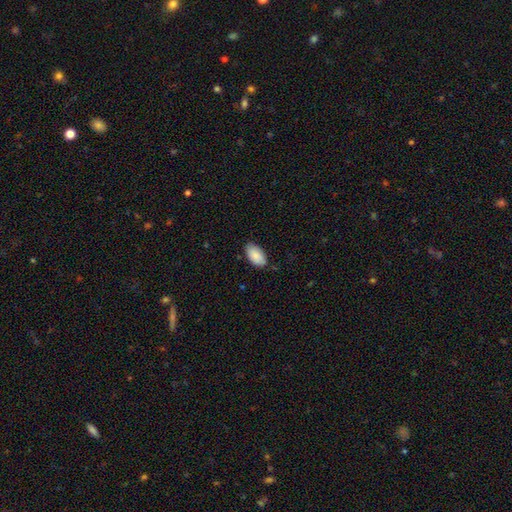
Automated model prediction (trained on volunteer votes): Smooth or featured: smooth — 88% (star or artifact — 6%)
How rounded: in between — 96% (round — 2%)
Merging: none — 80% (minor disturbance — 17%)